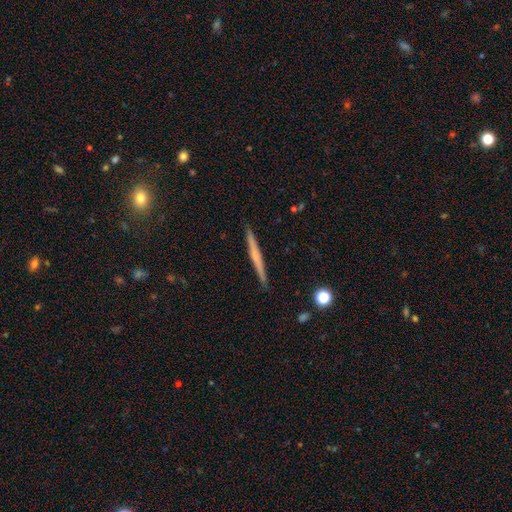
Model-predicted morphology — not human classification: The model was most divided on "smooth or featured": featured or disk: 52%, smooth: 42%, star or artifact: 6%. More confident: edge-on disk — yes (98%); merging — none (92%); edge-on bulge — none (74%).